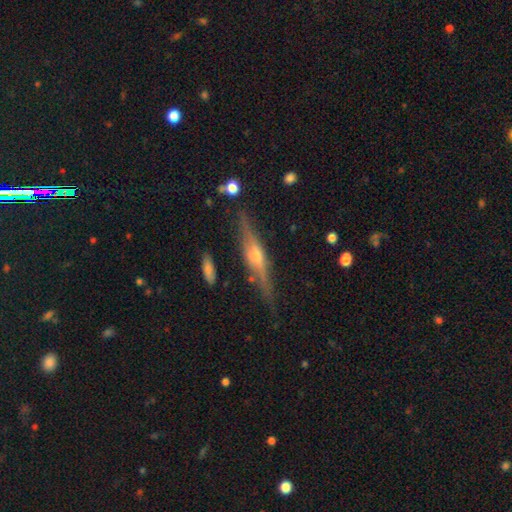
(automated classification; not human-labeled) Q: Smooth or featured?
A: featured or disk (76%); runner-up: smooth (17%)
Q: Edge-on disk?
A: yes (96%); runner-up: no (4%)
Q: Edge-on bulge?
A: rounded (84%); runner-up: boxy (10%)
Q: Merging?
A: none (82%); runner-up: minor disturbance (13%)